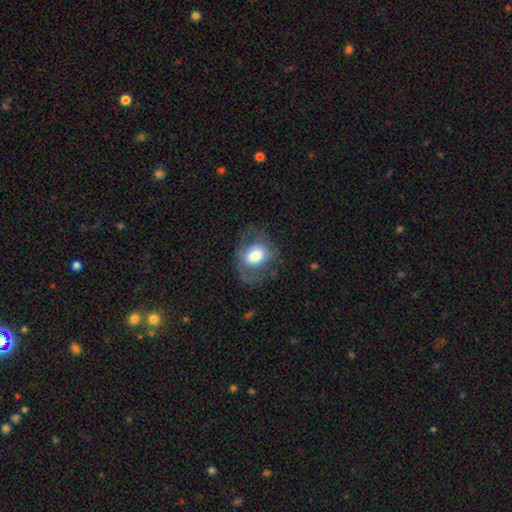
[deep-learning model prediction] Smooth or featured? smooth (56%)
How rounded? round (53%)
Merging? none (54%)